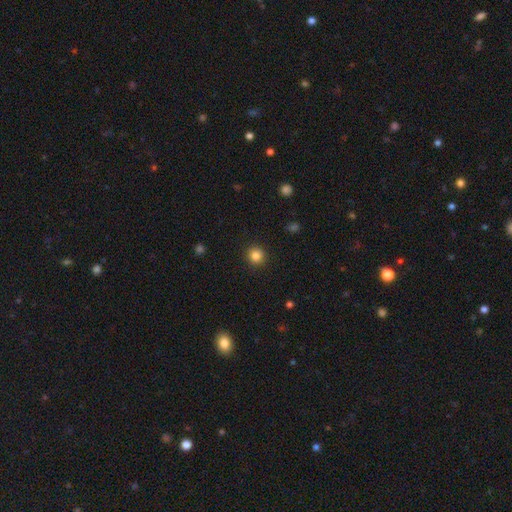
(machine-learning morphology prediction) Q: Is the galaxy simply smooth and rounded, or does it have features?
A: smooth — 84%.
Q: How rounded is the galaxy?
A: round — 94%.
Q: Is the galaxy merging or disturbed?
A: none — 92%.